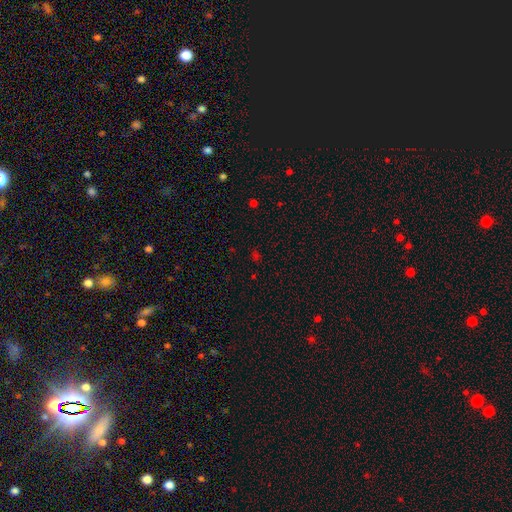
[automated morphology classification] Smooth or featured? star or artifact (51%)